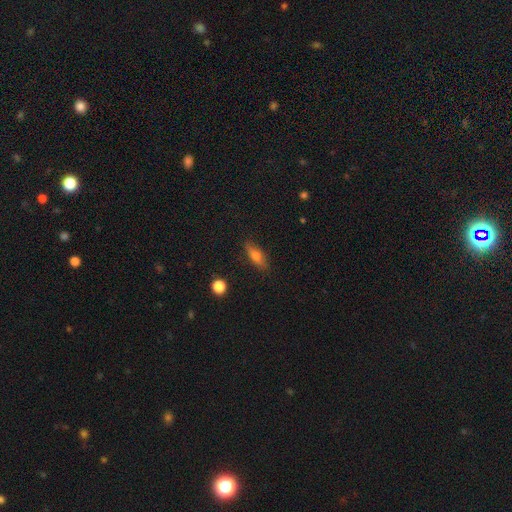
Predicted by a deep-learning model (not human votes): Overall: smooth (63%; featured or disk 28%). How rounded: in between (55%; cigar-shaped 40%). Merging: none (84%).